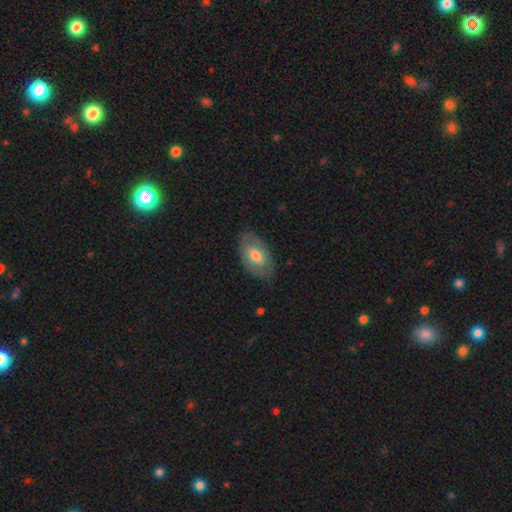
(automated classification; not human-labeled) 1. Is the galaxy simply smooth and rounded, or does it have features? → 62% smooth, 32% featured or disk, 6% star or artifact.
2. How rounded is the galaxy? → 93% in between, 5% round, 2% cigar-shaped.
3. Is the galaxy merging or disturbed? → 79% none, 16% minor disturbance, 4% major disturbance, 1% merger.